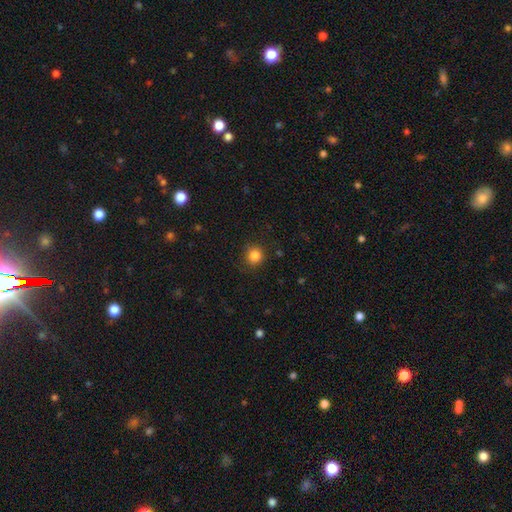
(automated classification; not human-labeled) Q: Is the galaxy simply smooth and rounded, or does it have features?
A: smooth — 84%.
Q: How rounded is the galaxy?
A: round — 91%.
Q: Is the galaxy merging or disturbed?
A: none — 89%.